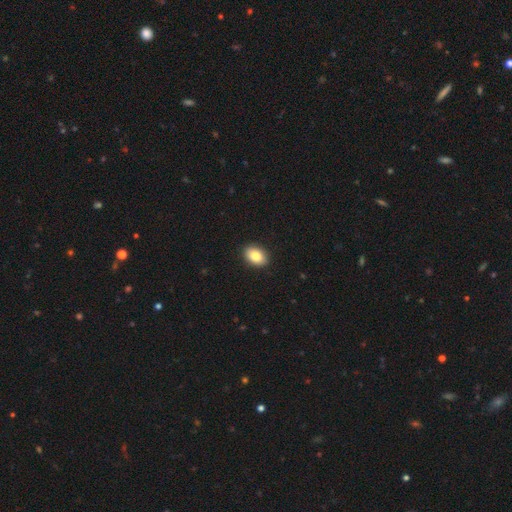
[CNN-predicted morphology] This appears to be a smooth galaxy with no disk features (85%) that is in between round and cigar-shaped (82%). Merging: none (91%).